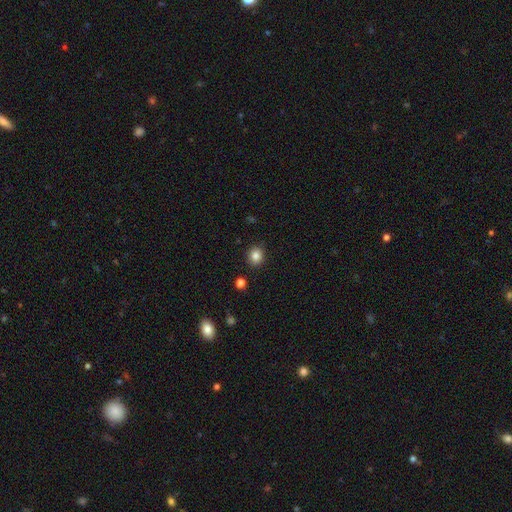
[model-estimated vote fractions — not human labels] Smooth or featured: smooth — 84% (star or artifact — 11%)
How rounded: round — 78% (in between — 21%)
Merging: none — 89% (minor disturbance — 7%)